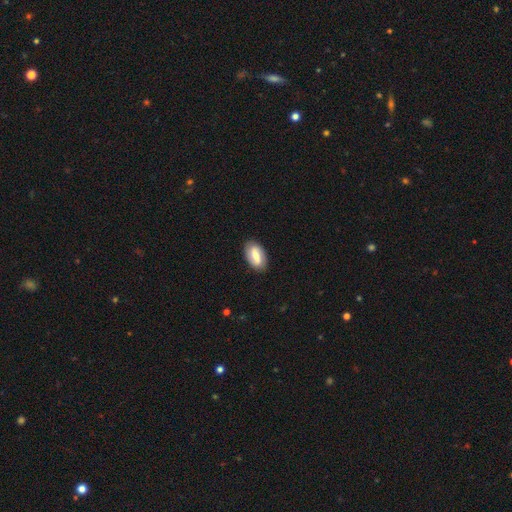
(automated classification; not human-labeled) Smooth or featured? Predicted: smooth (p=0.56). How rounded? Predicted: in between (p=0.92). Merging? Predicted: none (p=0.86).